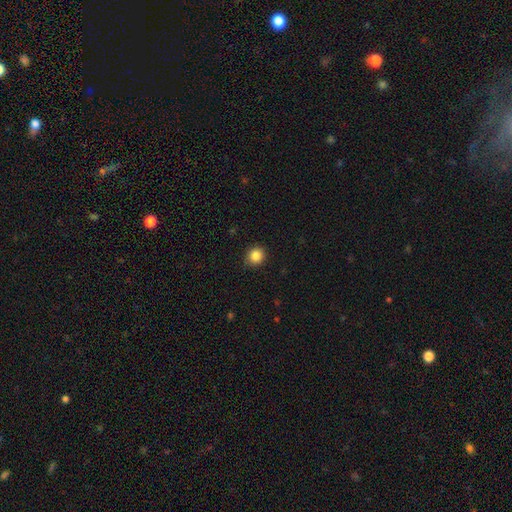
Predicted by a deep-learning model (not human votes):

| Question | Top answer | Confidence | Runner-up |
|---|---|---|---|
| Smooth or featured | smooth | 86% | star or artifact (10%) |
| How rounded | round | 88% | in between (11%) |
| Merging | none | 85% | minor disturbance (12%) |